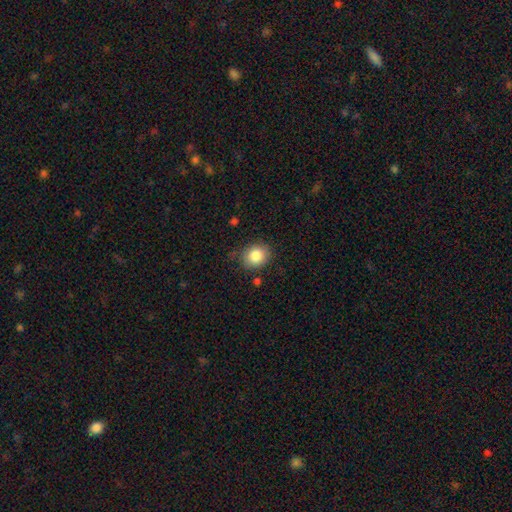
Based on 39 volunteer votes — Smooth or featured? 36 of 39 (92%) said smooth. How rounded? 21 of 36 (58%) said round. Merging? 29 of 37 (78%) said none.